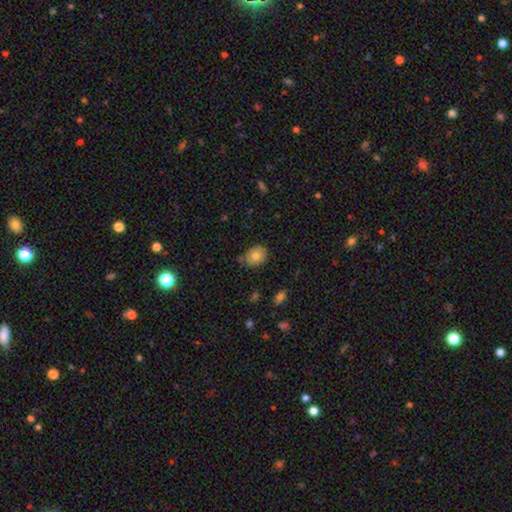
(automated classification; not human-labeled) A smooth galaxy with no disk features (77%) that is round (51%).

Vote fractions:
- Smooth or featured? smooth: 77% / featured or disk: 14% / star or artifact: 9%
- How rounded? round: 51% / in between: 48% / cigar-shaped: 1%
- Merging? none: 77% / minor disturbance: 16% / merger: 4% / major disturbance: 3%